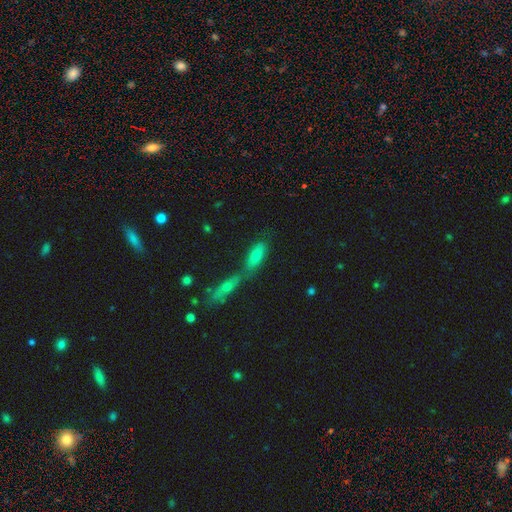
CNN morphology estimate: Smooth or featured? Predicted: smooth (p=0.65). How rounded? Predicted: in between (p=0.61). Merging? Predicted: merger (p=0.43, tied with none).